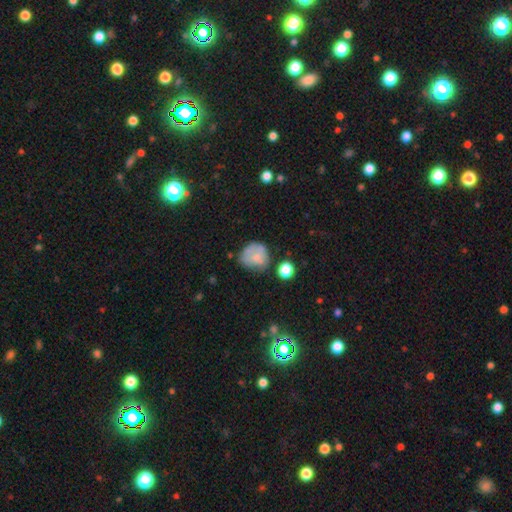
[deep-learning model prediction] Overall: smooth (64%; featured or disk 25%). How rounded: round (73%). Merging: none (45%; minor disturbance 28%).